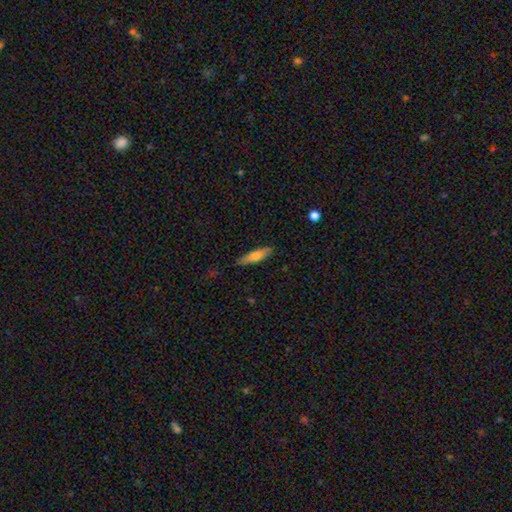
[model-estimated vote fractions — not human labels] Morphology: type=smooth (65%); roundness=cigar-shaped (66%); merging=none (87%).